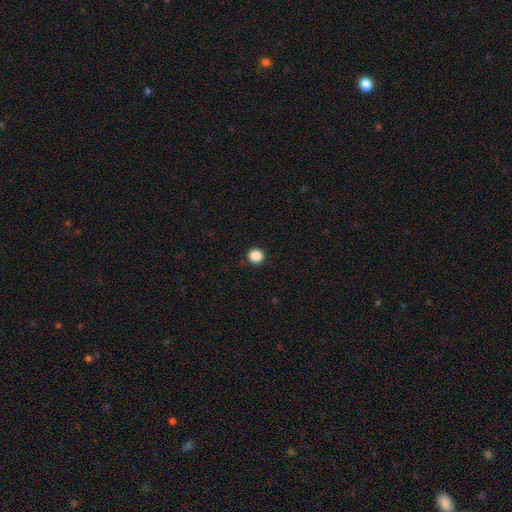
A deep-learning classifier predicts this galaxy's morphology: Overall: smooth (87%). How rounded: round (93%). Merging: none (92%).